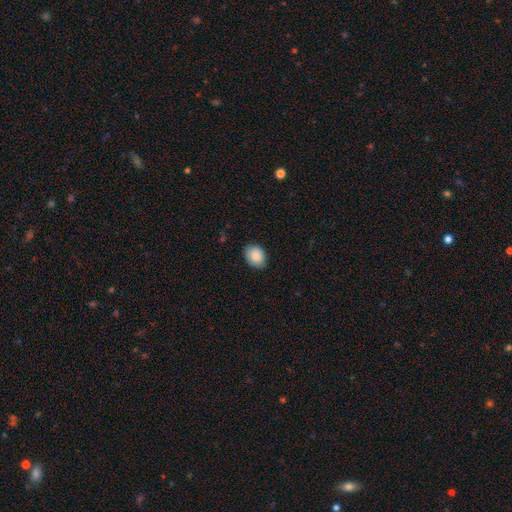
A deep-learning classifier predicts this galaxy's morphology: Smooth or featured?
  - smooth: 89% *
  - star or artifact: 7%
  - featured or disk: 4%
How rounded?
  - in between: 65% *
  - round: 34%
  - cigar-shaped: 1%
Merging?
  - none: 84% *
  - minor disturbance: 13%
  - major disturbance: 2%
  - merger: 1%